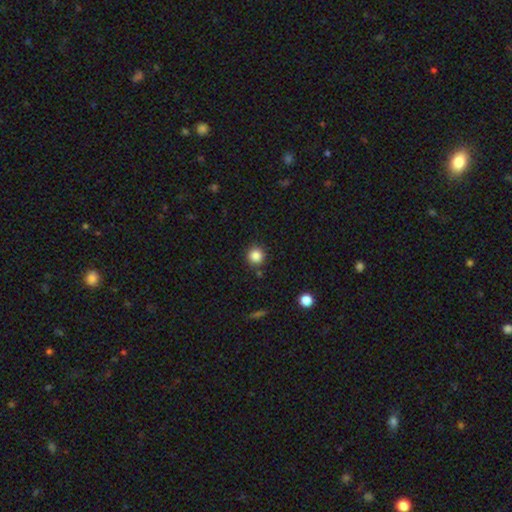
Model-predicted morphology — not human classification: This is clearly a smooth galaxy (85%). How rounded: clearly round (94%). Merging: clearly none (88%).